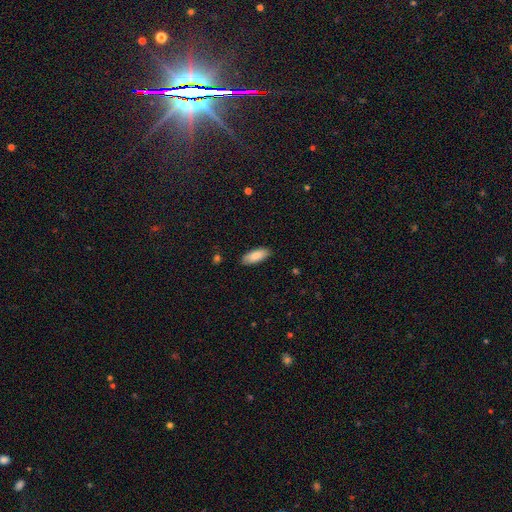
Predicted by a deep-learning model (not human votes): This is clearly a smooth galaxy (86%). How rounded: clearly in between (82%). Merging: clearly none (86%).